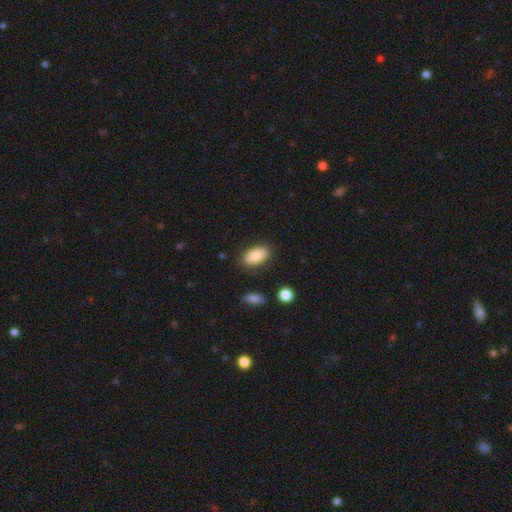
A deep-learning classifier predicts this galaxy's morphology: This is clearly a smooth galaxy (82%). How rounded: clearly in between (93%). Merging: clearly none (83%).